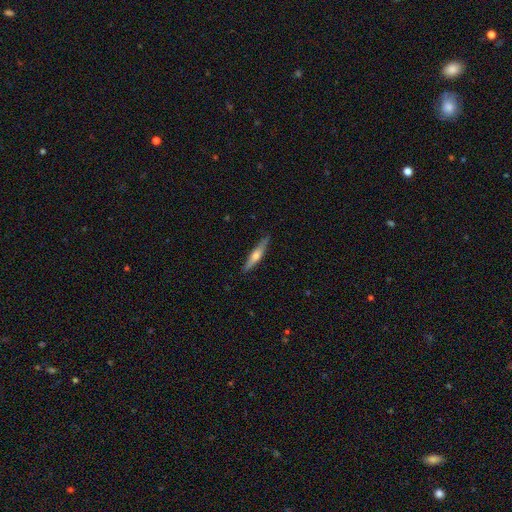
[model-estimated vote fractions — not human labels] A featured or disk galaxy (53%) viewed edge-on (95%) with a rounded central bulge (87%). Merging: none (87%).